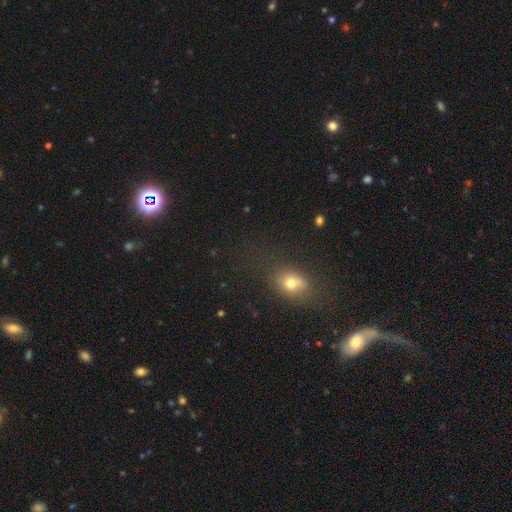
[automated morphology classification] Smooth or featured: smooth — 58% (star or artifact — 26%)
How rounded: in between — 54% (round — 42%)
Merging: none — 62% (merger — 13%)